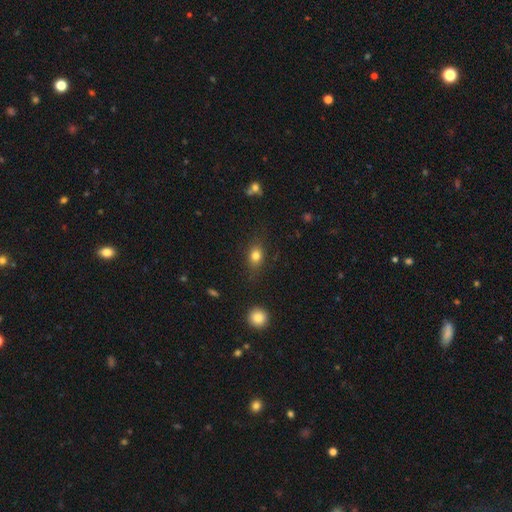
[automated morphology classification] Overall: smooth (80%). How rounded: in between (65%; round 33%). Merging: none (79%).